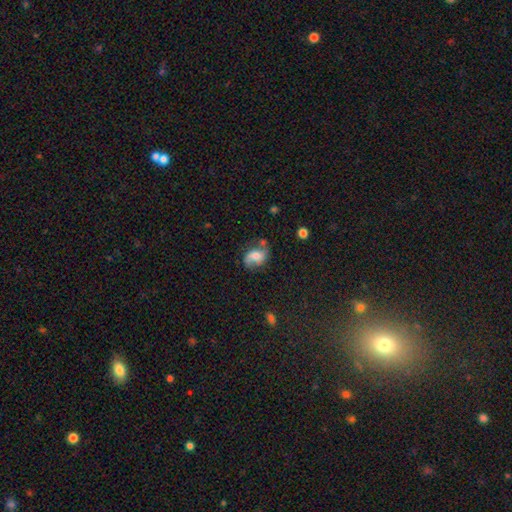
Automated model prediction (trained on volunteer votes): The model was most divided on "spiral winding": loose: 48%, medium: 38%, tight: 14%. More confident: edge-on disk — no (97%); spiral arms — yes (90%); spiral arm count — 2 (78%); smooth or featured — featured or disk (59%); merging — none (59%); bulge size — moderate (57%); bar — no (56%).